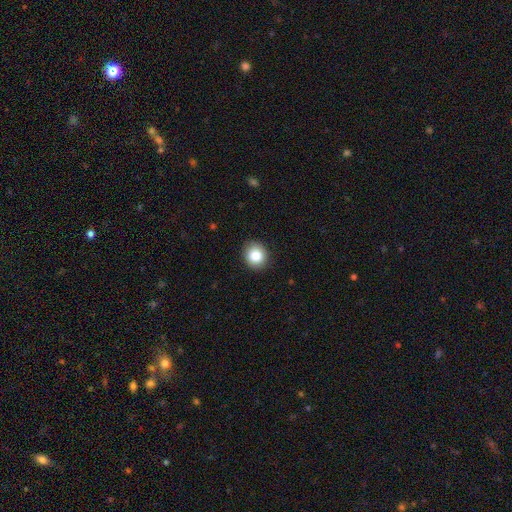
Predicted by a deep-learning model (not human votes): smooth-or-featured: smooth: 85% | star or artifact: 8% | featured or disk: 6%
  how-rounded: round: 80% | in between: 19% | cigar-shaped: 1%
  merging: none: 89% | minor disturbance: 8% | major disturbance: 2% | merger: 1%